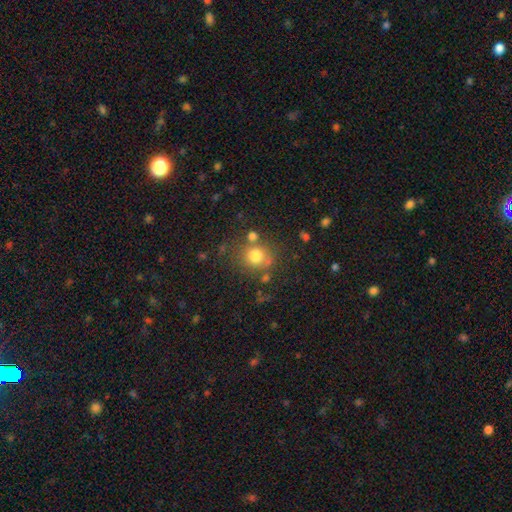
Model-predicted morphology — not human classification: Overall: smooth (75%). How rounded: round (85%). Merging: none (66%).